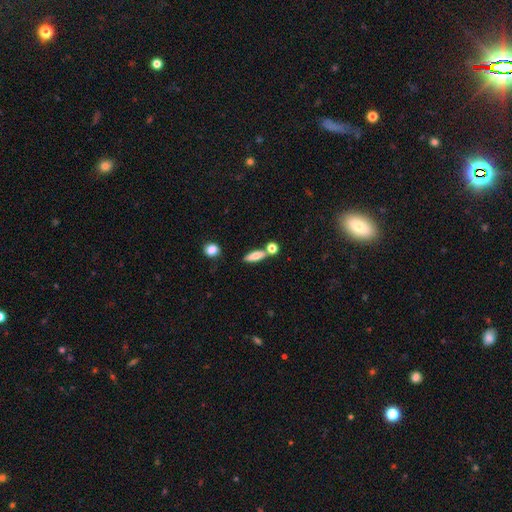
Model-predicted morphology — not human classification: A smooth galaxy with no disk features (73%) that is in between round and cigar-shaped (50%). Merging: none (65%).